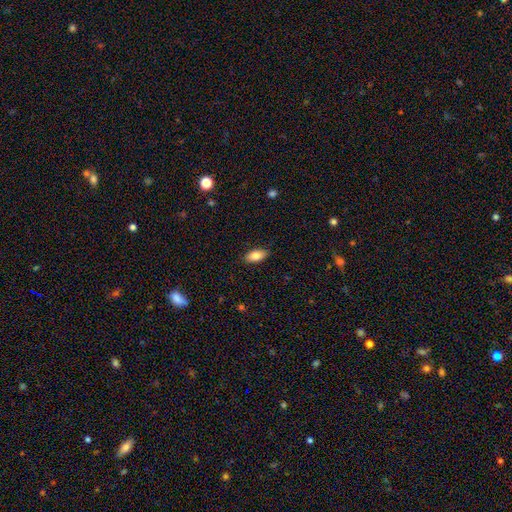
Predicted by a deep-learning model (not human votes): smooth 83%, featured or disk 10%, star or artifact 7%. Down the decision tree: how rounded — in between (91%); merging — none (86%).